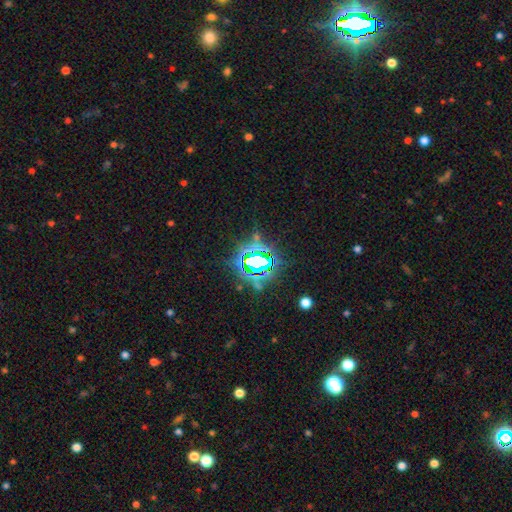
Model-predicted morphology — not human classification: Q: Smooth or featured?
A: star or artifact (83%); runner-up: smooth (10%)